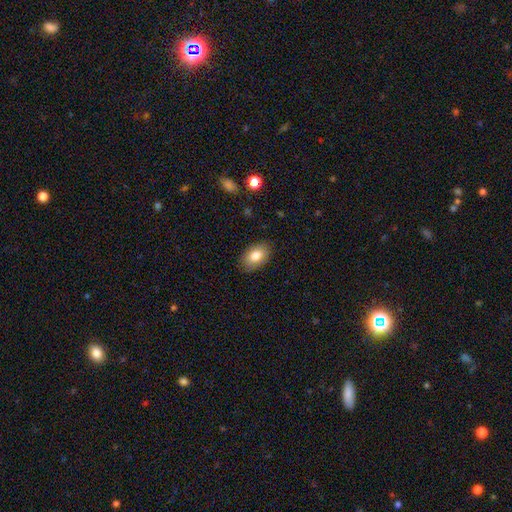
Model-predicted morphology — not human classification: A smooth galaxy with no disk features (81%) that is in between round and cigar-shaped (91%).

Vote fractions:
- Smooth or featured? smooth: 81% / featured or disk: 11% / star or artifact: 7%
- How rounded? in between: 91% / round: 8% / cigar-shaped: 1%
- Merging? none: 85% / minor disturbance: 11% / major disturbance: 3% / merger: 1%